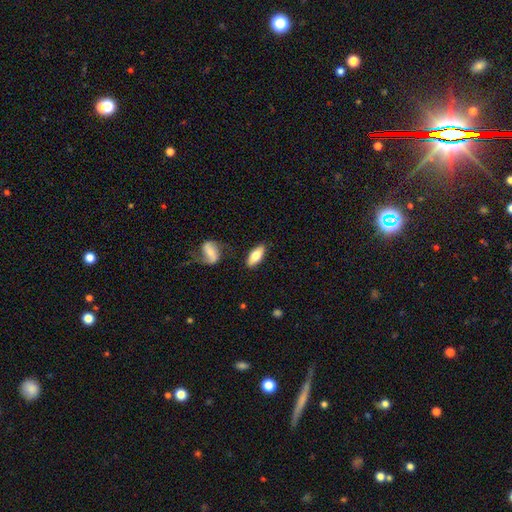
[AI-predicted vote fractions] A smooth galaxy with no disk features (68%) that is in between round and cigar-shaped (80%).

Vote fractions:
- Smooth or featured? smooth: 68% / featured or disk: 26% / star or artifact: 6%
- How rounded? in between: 80% / cigar-shaped: 17% / round: 3%
- Merging? none: 82% / minor disturbance: 12% / merger: 4% / major disturbance: 3%